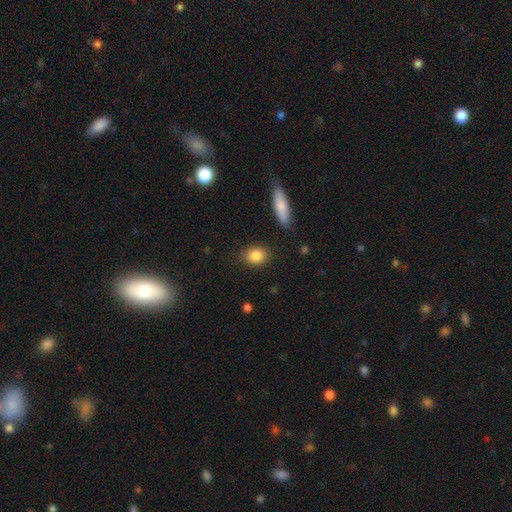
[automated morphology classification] A smooth galaxy with no disk features (87%) that is in between round and cigar-shaped (53%).

Vote fractions:
- Smooth or featured? smooth: 87% / star or artifact: 8% / featured or disk: 6%
- How rounded? in between: 53% / round: 44% / cigar-shaped: 3%
- Merging? none: 85% / minor disturbance: 10% / major disturbance: 3% / merger: 2%